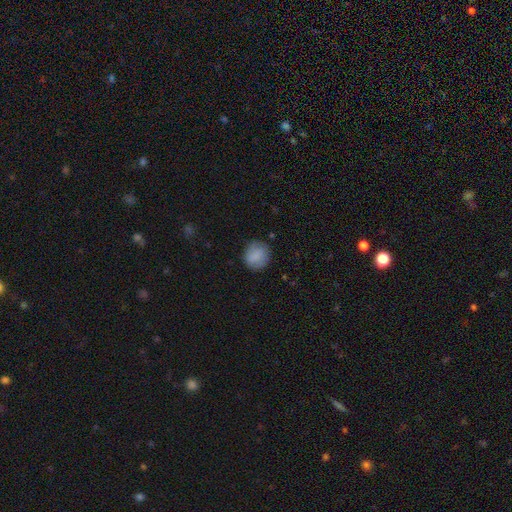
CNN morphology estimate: This appears to be a smooth galaxy with no disk features (85%) that is round (81%). Merging: none (81%).